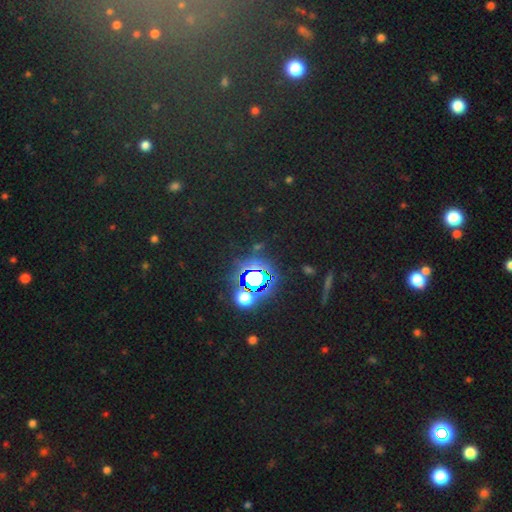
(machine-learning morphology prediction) Q: Smooth or featured?
A: star or artifact (80%); runner-up: smooth (13%)